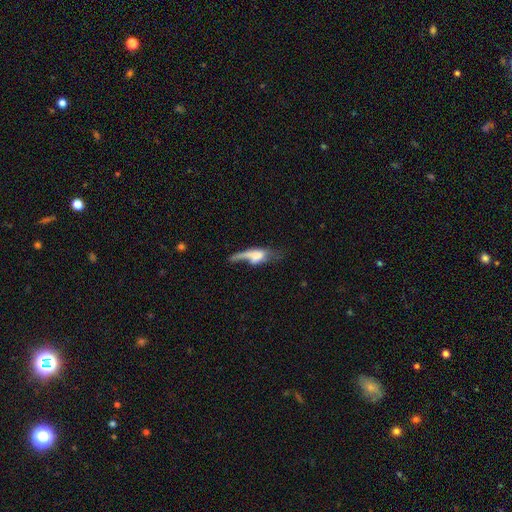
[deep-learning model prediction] Morphology: type=featured or disk (47%); merging=major disturbance (45%).